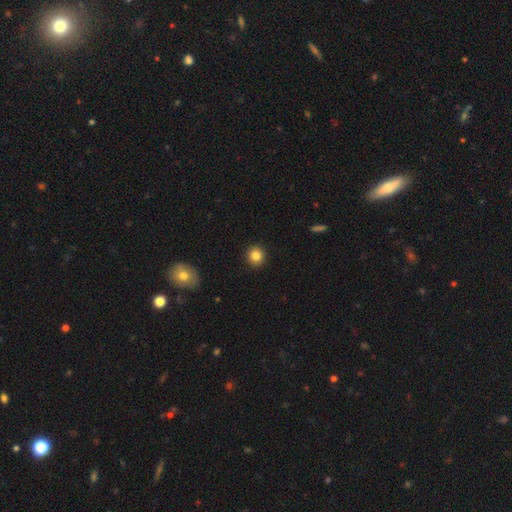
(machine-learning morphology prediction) Smooth or featured? smooth (84%)
How rounded? round (91%)
Merging? none (92%)